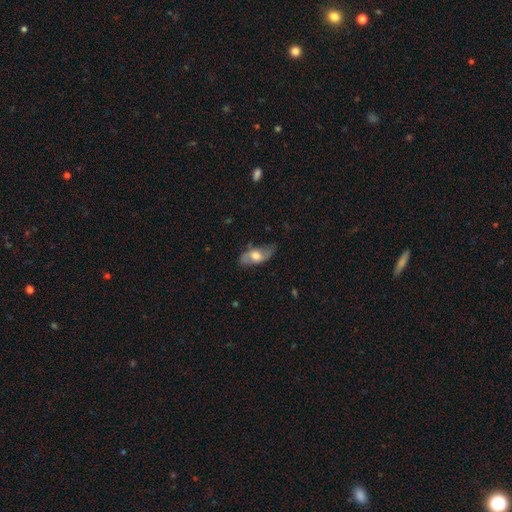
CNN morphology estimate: smooth-or-featured: featured or disk: 47% (tied) | smooth: 47% (tied) | star or artifact: 6%
  merging: none: 69% | minor disturbance: 23% | major disturbance: 7% | merger: 2%